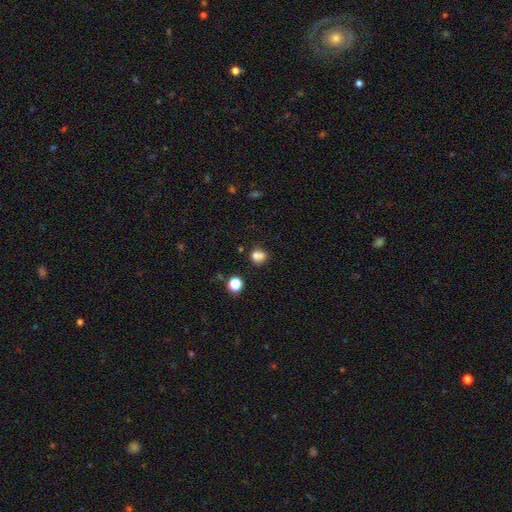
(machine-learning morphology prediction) Smooth or featured: smooth — 74% (star or artifact — 14%)
How rounded: round — 75% (in between — 24%)
Merging: none — 47% (merger — 35%)